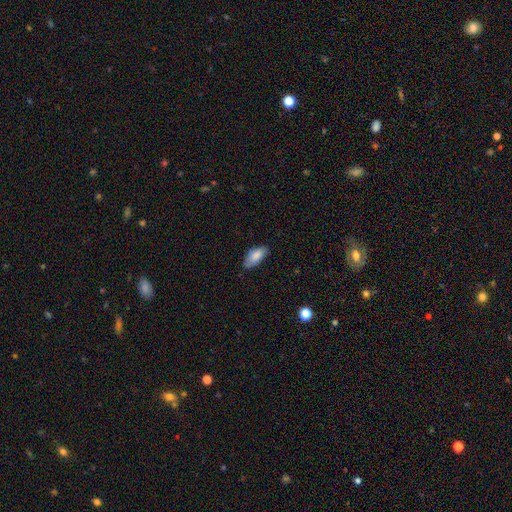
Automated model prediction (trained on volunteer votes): A smooth galaxy with no disk features (84%) that is in between round and cigar-shaped (89%). Merging: none (73%).